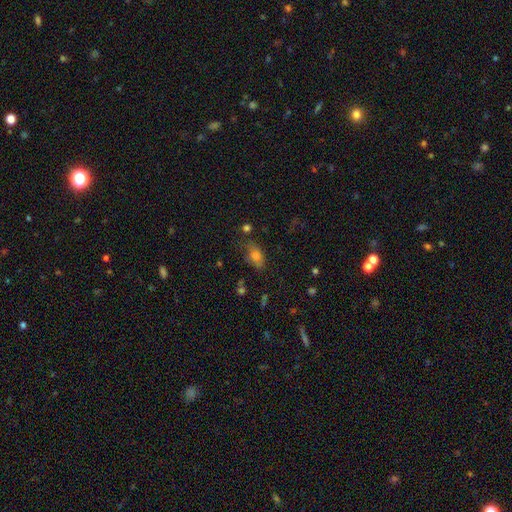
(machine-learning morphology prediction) Smooth or featured?
  - smooth: 69% *
  - star or artifact: 16%
  - featured or disk: 15%
How rounded?
  - in between: 80% *
  - round: 15%
  - cigar-shaped: 5%
Merging?
  - none: 61% *
  - minor disturbance: 26%
  - major disturbance: 10%
  - merger: 4%